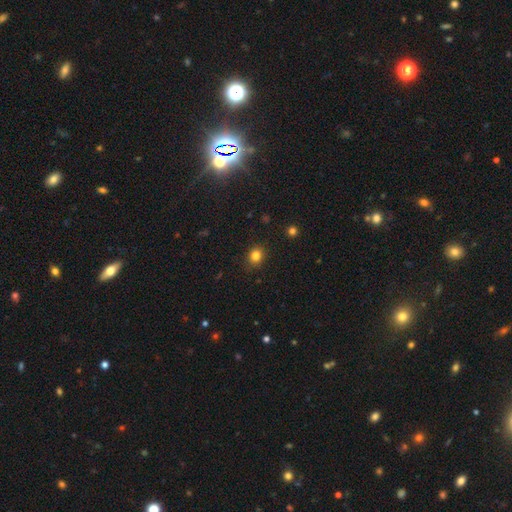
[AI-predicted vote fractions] A smooth galaxy with no disk features (82%) that is round (69%).

Vote fractions:
- Smooth or featured? smooth: 82% / star or artifact: 13% / featured or disk: 5%
- How rounded? round: 69% / in between: 30% / cigar-shaped: 1%
- Merging? none: 87% / minor disturbance: 9% / major disturbance: 2% / merger: 1%